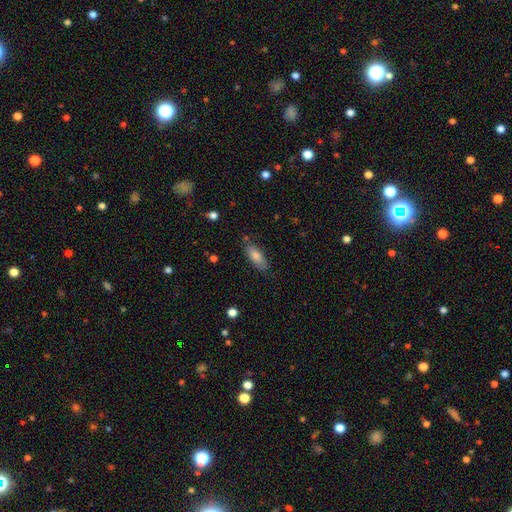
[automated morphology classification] type=smooth (75%); roundness=in between (75%); merging=none (79%).